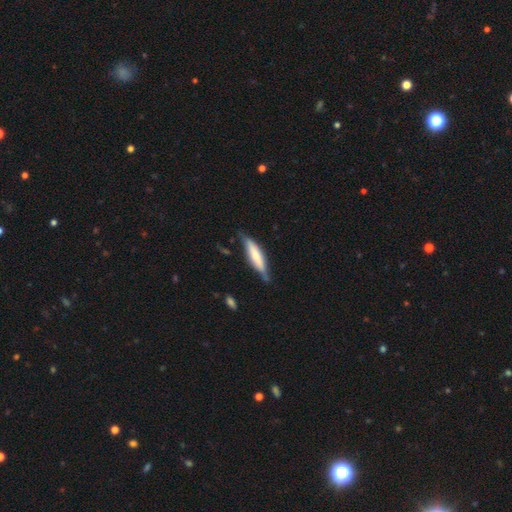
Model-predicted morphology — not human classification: Overall: smooth (52%; featured or disk 43%). How rounded: cigar-shaped (76%). Merging: none (67%).